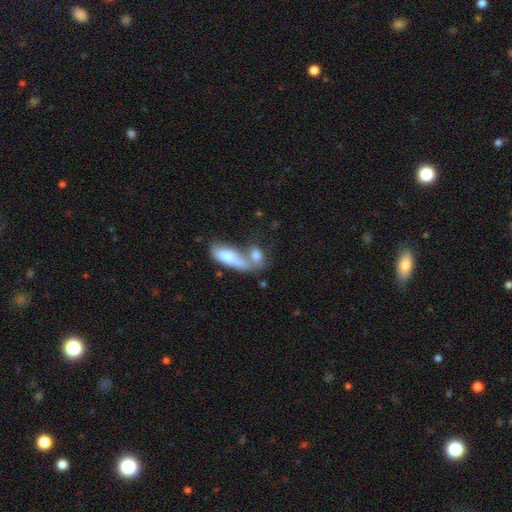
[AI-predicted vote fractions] Smooth or featured?
  - smooth: 76% *
  - featured or disk: 17%
  - star or artifact: 8%
How rounded?
  - in between: 64% *
  - cigar-shaped: 18%
  - round: 17%
Merging?
  - merger: 54% *
  - none: 29%
  - minor disturbance: 10%
  - major disturbance: 8%